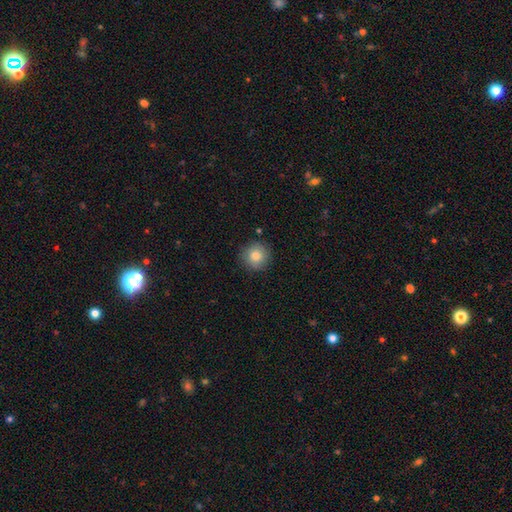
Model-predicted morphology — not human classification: type=smooth (83%); roundness=round (94%); merging=none (89%).